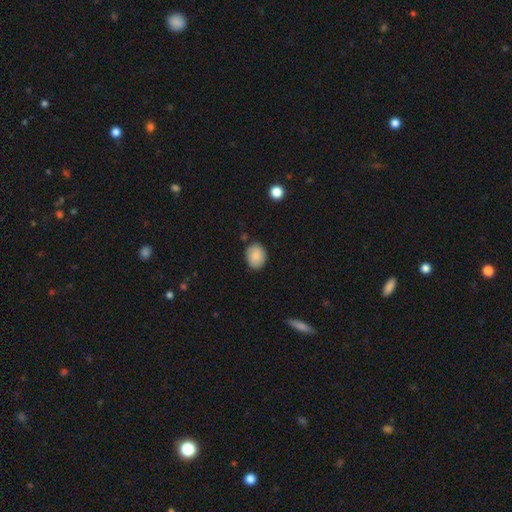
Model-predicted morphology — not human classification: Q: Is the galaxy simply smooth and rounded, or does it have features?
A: smooth — 87%.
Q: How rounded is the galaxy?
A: in between — 57%.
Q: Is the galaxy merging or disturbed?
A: none — 81%.